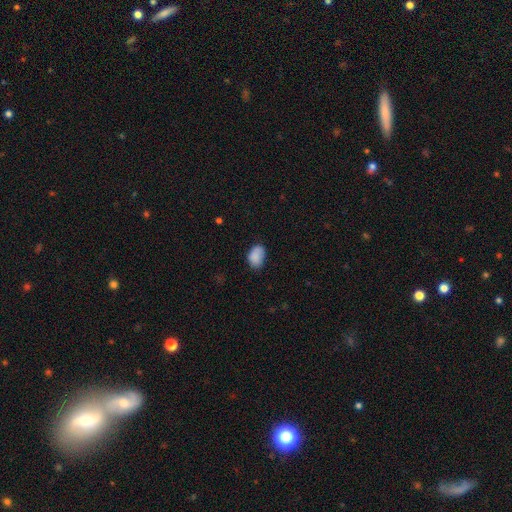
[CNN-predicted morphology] type=smooth (87%); roundness=in between (85%); merging=none (72%).